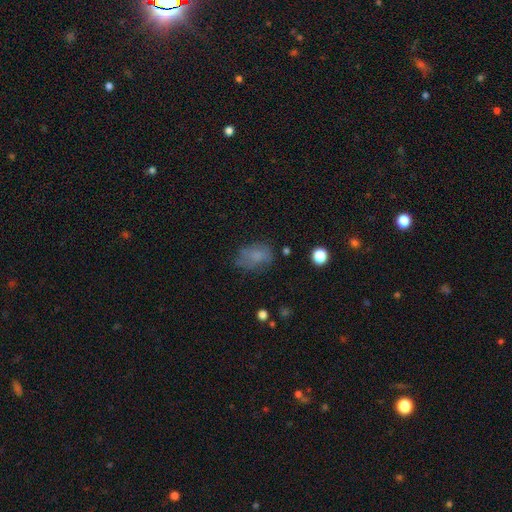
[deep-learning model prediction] Smooth or featured: smooth — 69% (featured or disk — 19%)
How rounded: in between — 82% (round — 16%)
Merging: none — 56% (minor disturbance — 26%)